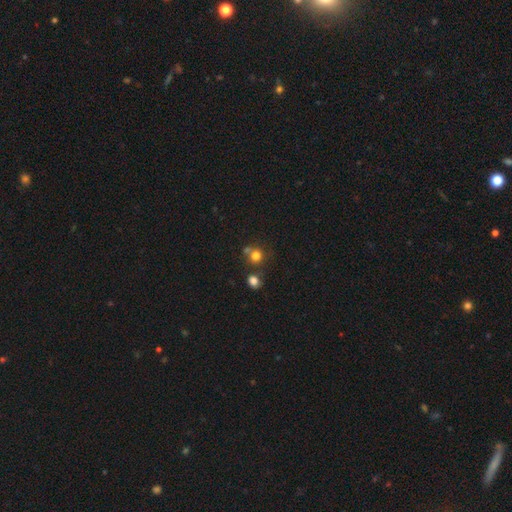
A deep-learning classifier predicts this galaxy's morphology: This appears to be a smooth galaxy with no disk features (76%) that is round (88%). Merging: none (63%).